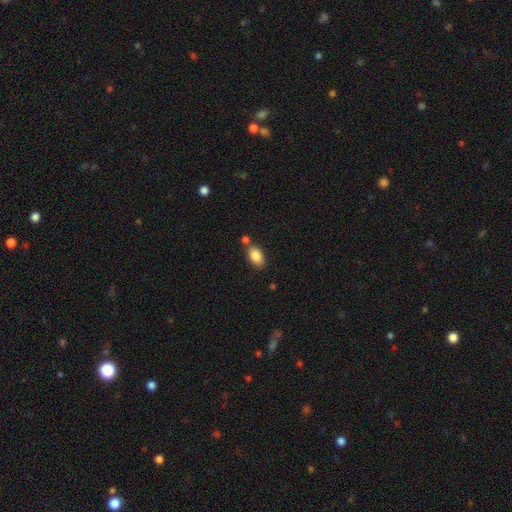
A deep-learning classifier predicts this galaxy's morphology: smooth 86%, star or artifact 8%, featured or disk 6%. Down the decision tree: how rounded — in between (90%); merging — none (65%).